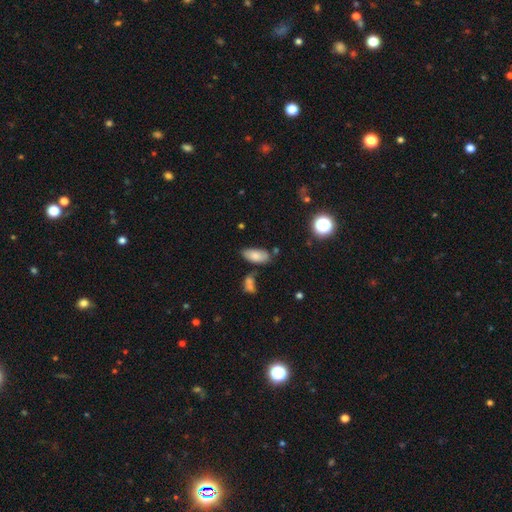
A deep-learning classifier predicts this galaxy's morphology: Overall: smooth (78%). How rounded: in between (90%). Merging: none (67%).